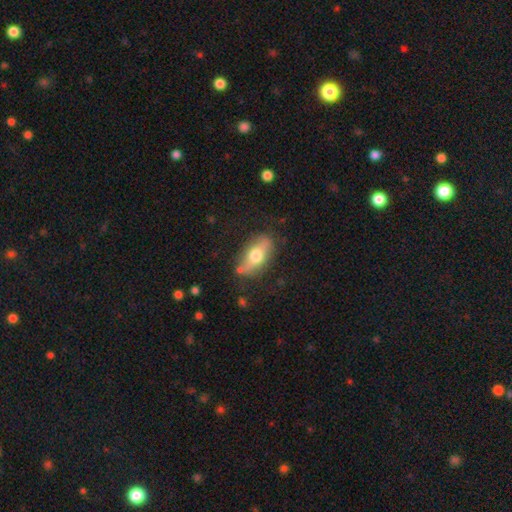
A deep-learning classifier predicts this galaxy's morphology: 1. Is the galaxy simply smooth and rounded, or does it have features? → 55% smooth, 39% featured or disk, 7% star or artifact.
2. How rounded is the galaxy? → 77% in between, 17% cigar-shaped, 6% round.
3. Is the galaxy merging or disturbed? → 78% none, 15% minor disturbance, 4% major disturbance, 3% merger.